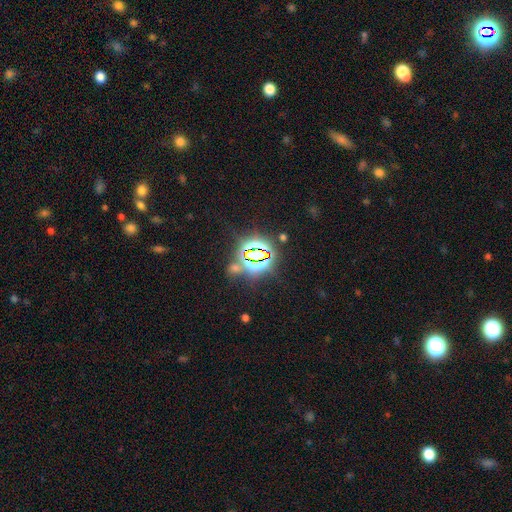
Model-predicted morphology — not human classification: Overall: star or artifact (80%).